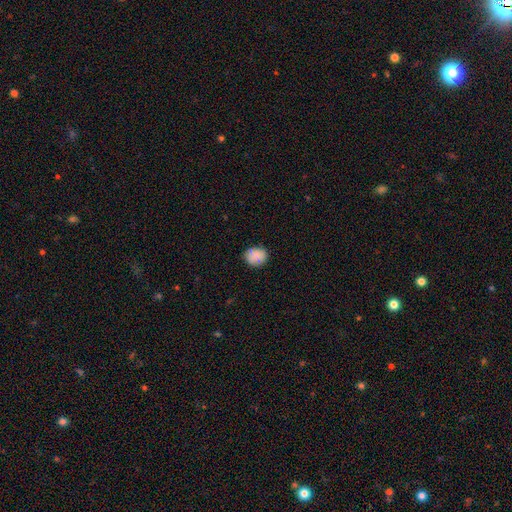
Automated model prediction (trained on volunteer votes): Smooth or featured? Predicted: smooth (p=0.83). How rounded? Predicted: round (p=0.64). Merging? Predicted: none (p=0.78).